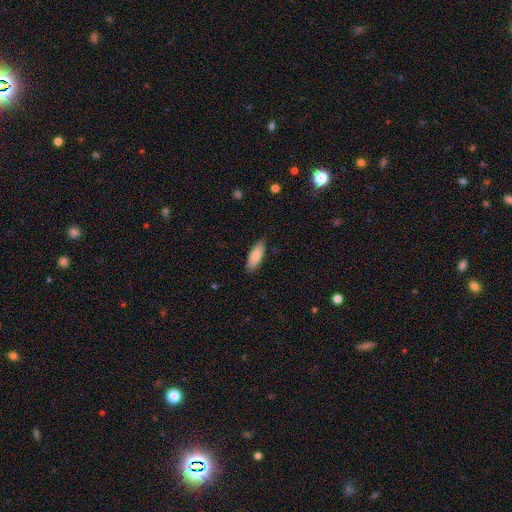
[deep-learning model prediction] Smooth or featured?
  - smooth: 83% *
  - featured or disk: 12%
  - star or artifact: 6%
How rounded?
  - in between: 68% *
  - cigar-shaped: 31%
  - round: 2%
Merging?
  - none: 85% *
  - minor disturbance: 12%
  - major disturbance: 2%
  - merger: 1%